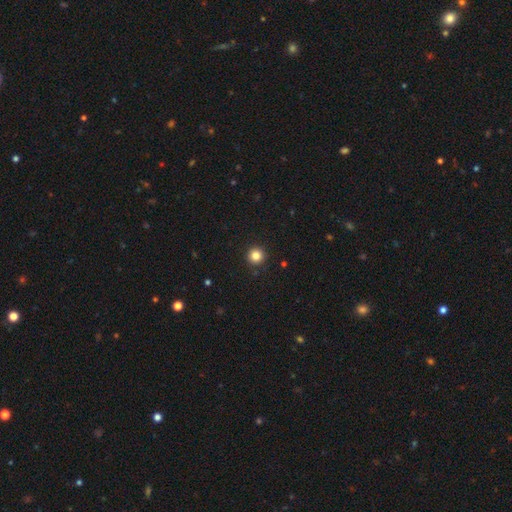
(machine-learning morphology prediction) smooth 83%, star or artifact 12%, featured or disk 5%. Down the decision tree: how rounded — round (96%); merging — none (93%).